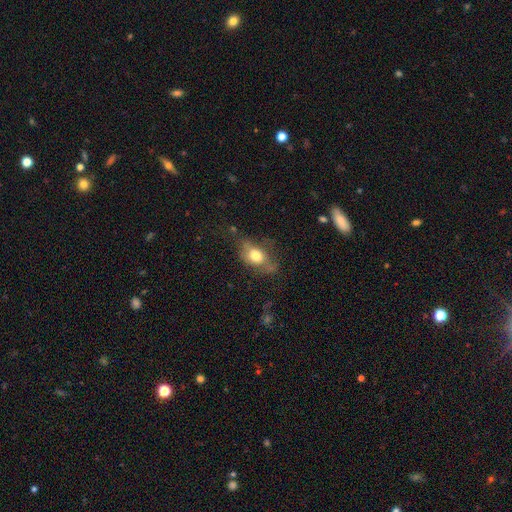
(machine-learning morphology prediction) smooth_or_featured: smooth (p=0.66) [alt: featured or disk p=0.25]
how_rounded: in between (p=0.76) [alt: round p=0.18]
merging: none (p=0.47) [alt: minor disturbance p=0.31]